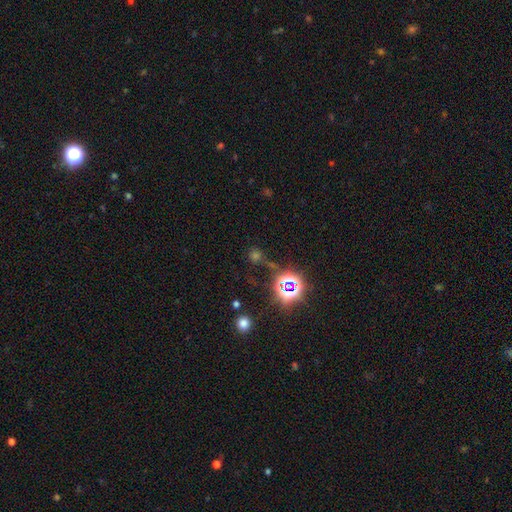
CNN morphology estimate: A star or artifact, not a galaxy (60%).